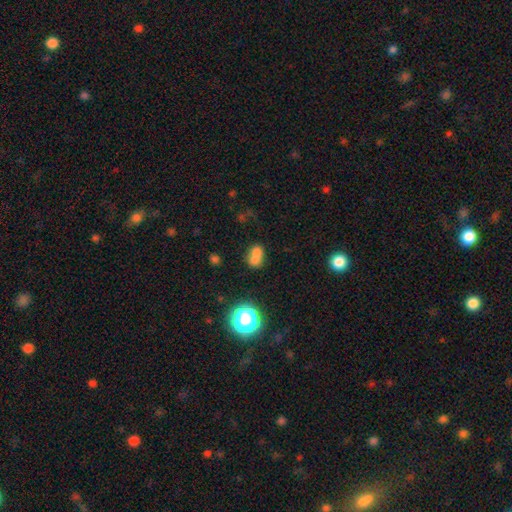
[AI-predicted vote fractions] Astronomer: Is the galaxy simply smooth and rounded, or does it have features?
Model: smooth — 70%.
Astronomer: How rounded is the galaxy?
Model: round — 51% (runner-up: in between, 48%).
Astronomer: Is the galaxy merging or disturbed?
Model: merger — 58%.